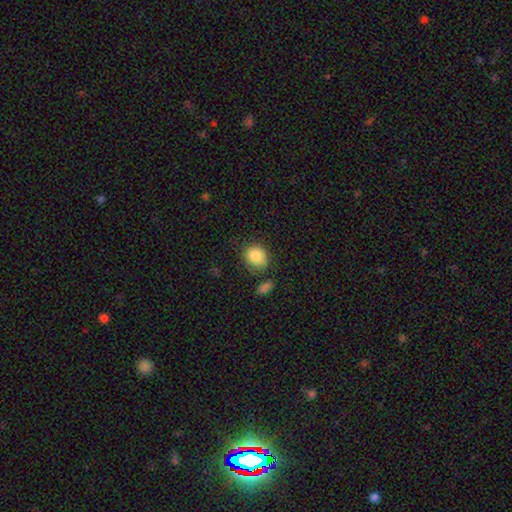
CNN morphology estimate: Smooth or featured?
  - smooth: 86% *
  - star or artifact: 8%
  - featured or disk: 6%
How rounded?
  - round: 67% *
  - in between: 32%
  - cigar-shaped: 1%
Merging?
  - none: 68% *
  - minor disturbance: 20%
  - merger: 6%
  - major disturbance: 6%